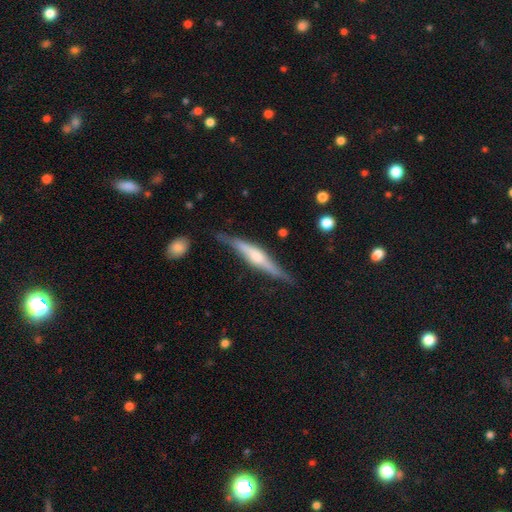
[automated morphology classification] smooth-or-featured: featured or disk: 76% | smooth: 17% | star or artifact: 7%
  disk-edge-on: yes: 96% | no: 4%
    edge-on-bulge: rounded: 75% | boxy: 16% | none: 9%
  merging: none: 81% | minor disturbance: 14% | major disturbance: 3% | merger: 2%